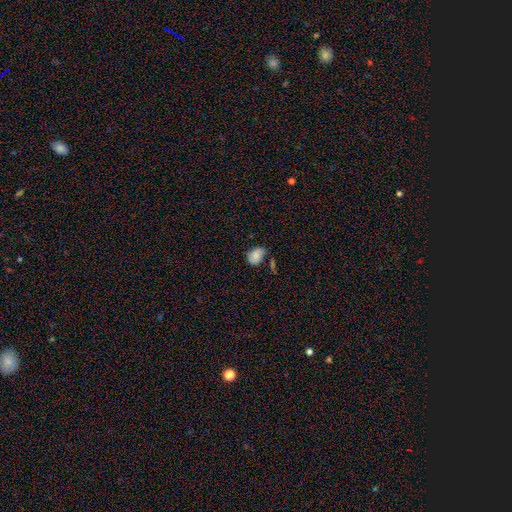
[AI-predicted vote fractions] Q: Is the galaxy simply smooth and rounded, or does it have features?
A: smooth — 80%.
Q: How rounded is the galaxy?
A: in between — 74%.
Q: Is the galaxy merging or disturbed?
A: none — 50%.